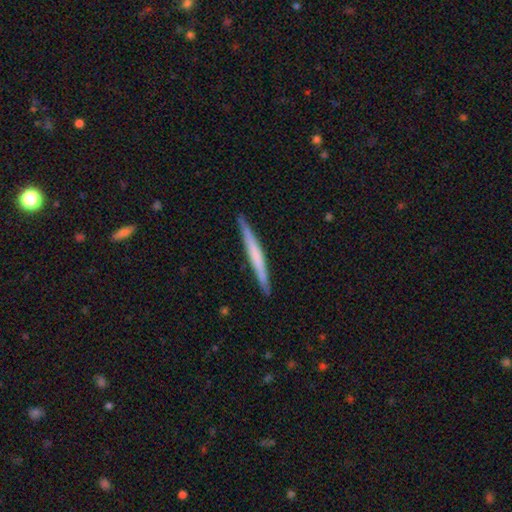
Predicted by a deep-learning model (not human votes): This appears to be a featured or disk galaxy (48%). Merging: none (90%).